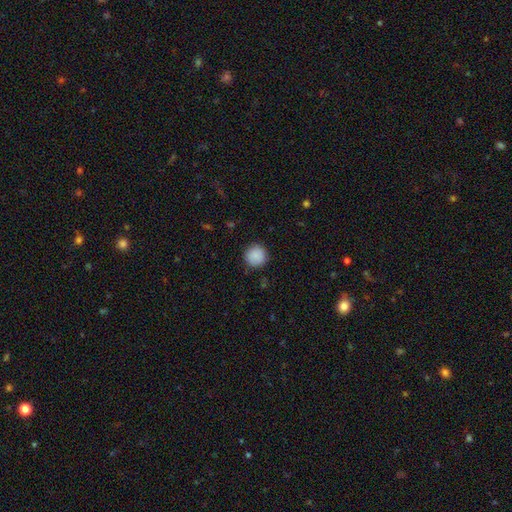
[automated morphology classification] The model was most divided on "merging": none: 88%, minor disturbance: 8%, major disturbance: 2%, merger: 1%. More confident: how rounded — round (93%); smooth or featured — smooth (89%).